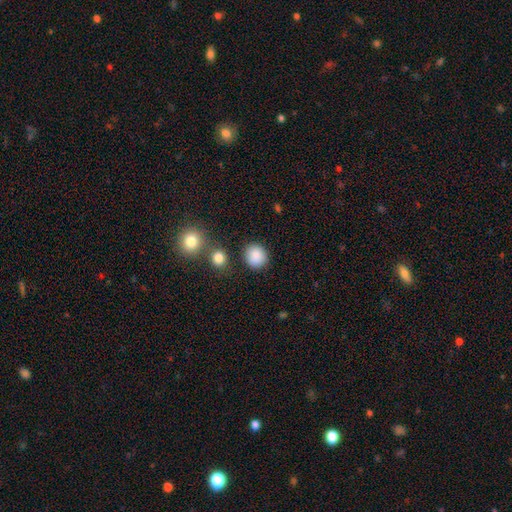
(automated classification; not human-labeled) Smooth or featured? smooth (87%)
How rounded? round (86%)
Merging? none (85%)